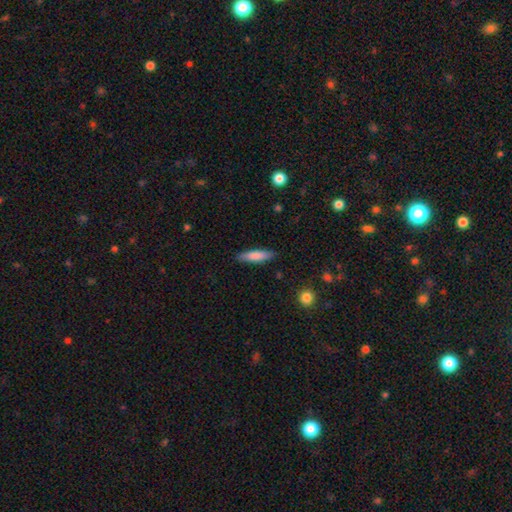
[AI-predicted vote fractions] Smooth or featured? Predicted: smooth (p=0.81). How rounded? Predicted: cigar-shaped (p=0.75). Merging? Predicted: none (p=0.88).